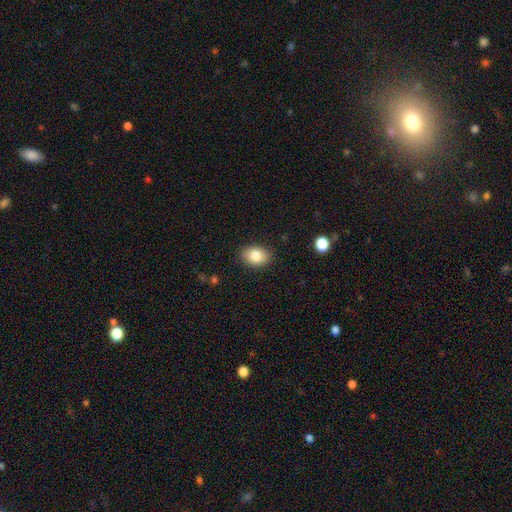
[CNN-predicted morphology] This is clearly a smooth galaxy (84%). How rounded: likely in between (79%). Merging: clearly none (87%).